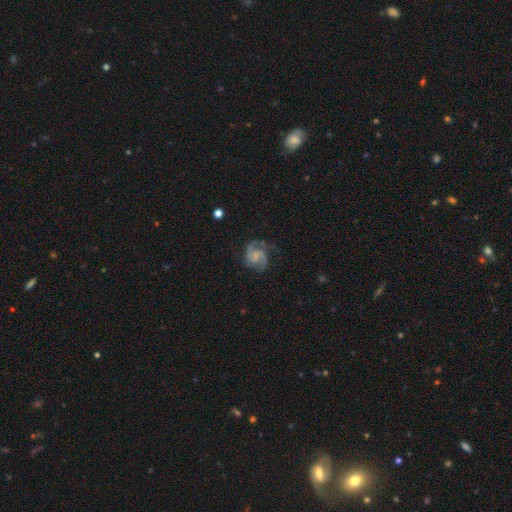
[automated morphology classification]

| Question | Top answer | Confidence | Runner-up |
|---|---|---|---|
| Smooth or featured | featured or disk | 85% | smooth (9%) |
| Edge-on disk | no | 98% | yes (2%) |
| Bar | no | 51% | weak (41%) |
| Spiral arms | yes | 97% | no (3%) |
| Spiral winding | medium | 55% | tight (29%) |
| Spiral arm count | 2 | 74% | 3 (13%) |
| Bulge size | small | 46% | none (29%) |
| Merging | none | 68% | minor disturbance (19%) |